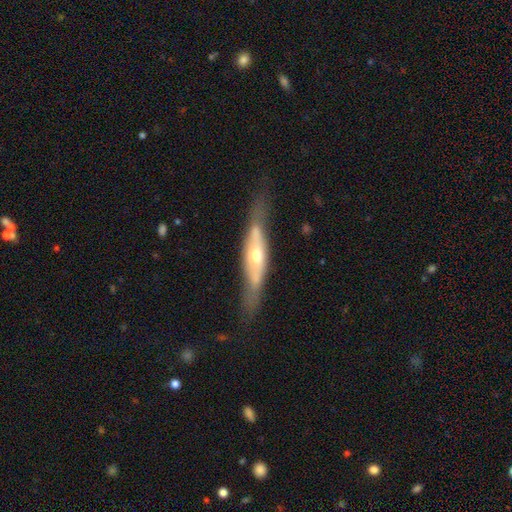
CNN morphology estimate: The model was most divided on "smooth or featured": featured or disk: 66%, smooth: 28%, star or artifact: 6%. More confident: edge-on disk — yes (71%); merging — none (67%).